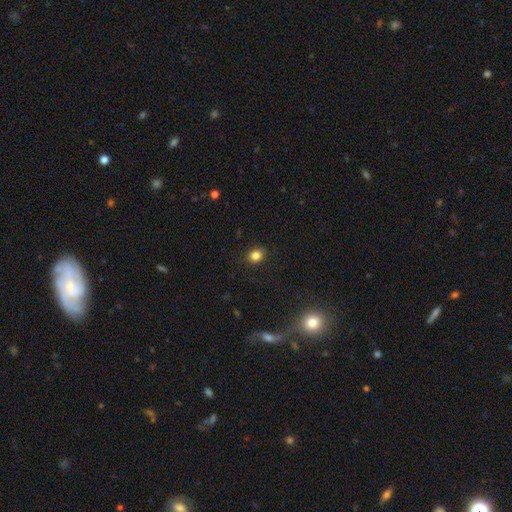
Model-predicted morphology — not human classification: smooth_or_featured: smooth (p=0.83) [alt: star or artifact p=0.12]
how_rounded: round (p=0.62) [alt: in between p=0.37]
merging: none (p=0.87) [alt: minor disturbance p=0.09]